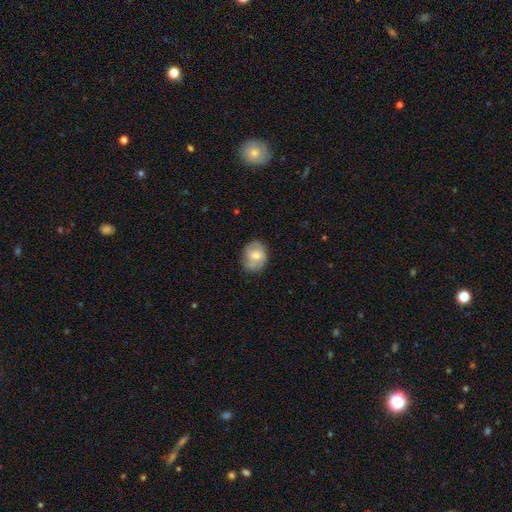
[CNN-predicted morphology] type=smooth (58%); roundness=round (56%); merging=none (69%).